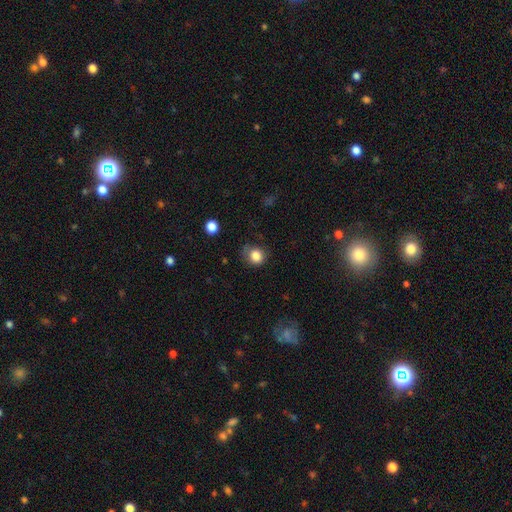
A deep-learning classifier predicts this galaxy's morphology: smooth 84%, star or artifact 10%, featured or disk 6%. Down the decision tree: how rounded — round (75%); merging — none (67%).